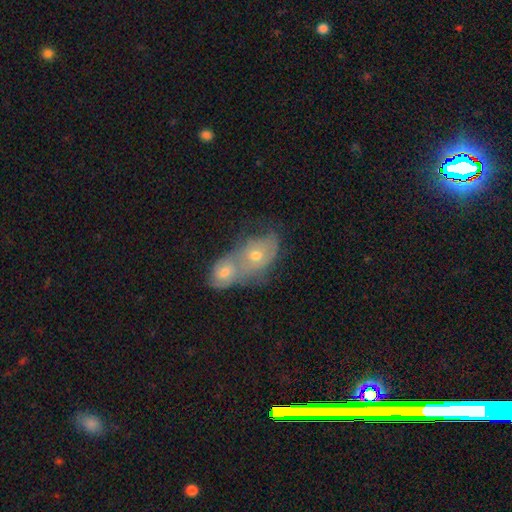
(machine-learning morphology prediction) The model was most divided on "smooth or featured": featured or disk: 49%, smooth: 40%, star or artifact: 11%. More confident: merging — merger (70%).